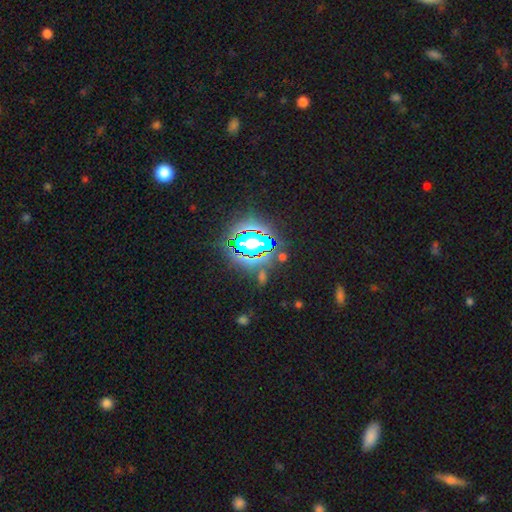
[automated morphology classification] Smooth or featured?
  - star or artifact: 81% *
  - smooth: 11%
  - featured or disk: 7%